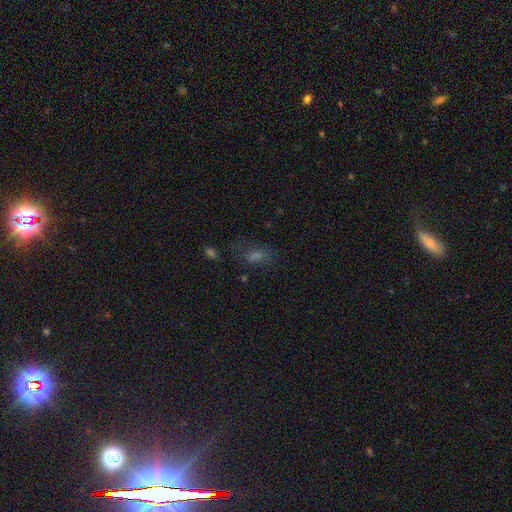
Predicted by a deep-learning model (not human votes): This appears to be a smooth galaxy with no disk features (48%). Merging: none (63%).